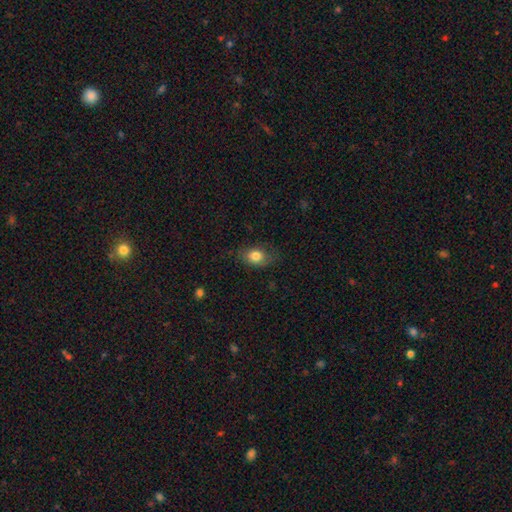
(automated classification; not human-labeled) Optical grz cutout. It shows a smooth galaxy with no disk features (80%) that is in between round and cigar-shaped (72%). Merging: none (70%).